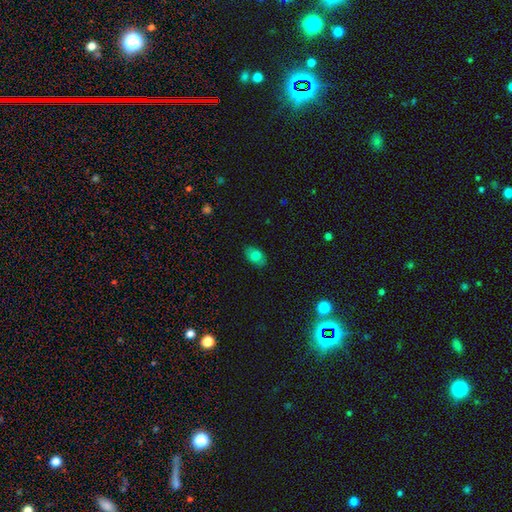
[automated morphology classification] smooth-or-featured: smooth: 77% | featured or disk: 14% | star or artifact: 9%
  how-rounded: in between: 86% | round: 12% | cigar-shaped: 1%
  merging: none: 84% | minor disturbance: 12% | major disturbance: 2% | merger: 1%